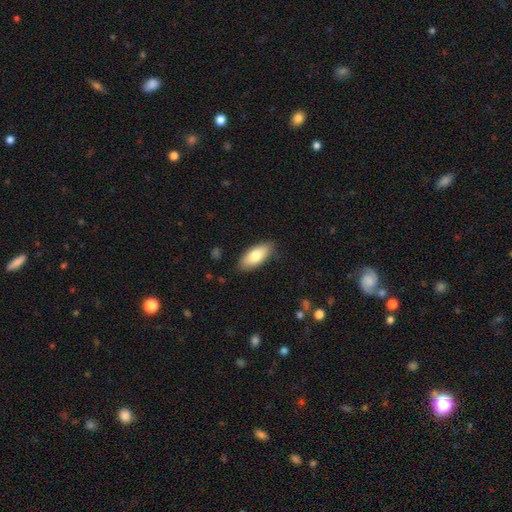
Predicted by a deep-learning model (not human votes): Overall: smooth (80%). How rounded: in between (86%). Merging: none (85%).